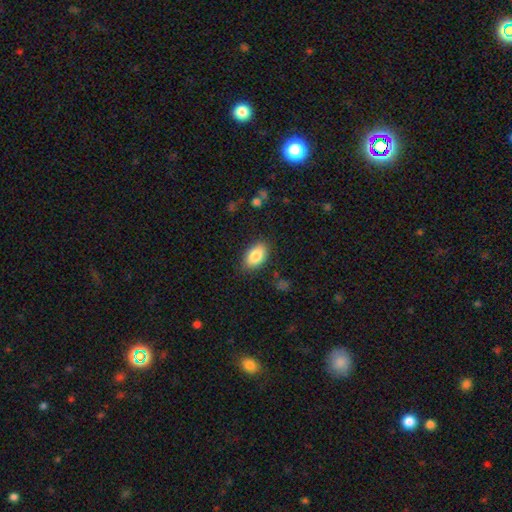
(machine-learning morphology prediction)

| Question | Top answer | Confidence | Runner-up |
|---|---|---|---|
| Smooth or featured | smooth | 86% | featured or disk (7%) |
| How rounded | in between | 92% | round (7%) |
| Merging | none | 83% | minor disturbance (13%) |